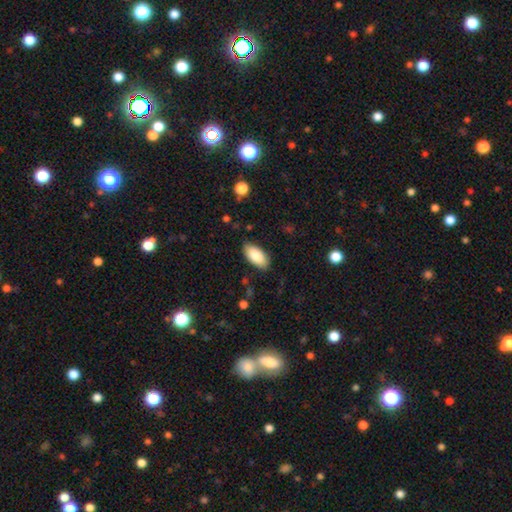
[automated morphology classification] smooth-or-featured: smooth: 86% | featured or disk: 8% | star or artifact: 6%
  how-rounded: in between: 92% | cigar-shaped: 6% | round: 2%
  merging: none: 86% | minor disturbance: 11% | major disturbance: 2% | merger: 1%